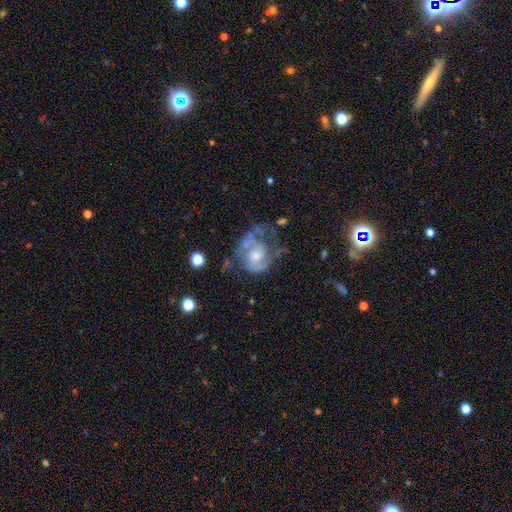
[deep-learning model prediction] smooth-or-featured: featured or disk: 81% | smooth: 10% | star or artifact: 8%
  disk-edge-on: no: 98% | yes: 2%
    bar: no: 57% | weak: 36% | strong: 7%
    has-spiral-arms: yes: 91% | no: 9%
      spiral-winding: medium: 47% | tight: 36% | loose: 17%
      spiral-arm-count: 2: 70% | can't tell: 14% | 1: 7% | 3: 5% | 4: 2% | more than 4: 2%
    bulge-size: moderate: 46% | small: 36% | none: 9% | large: 7% | dominant: 1%
  merging: none: 50% | major disturbance: 23% | minor disturbance: 22% | merger: 5%